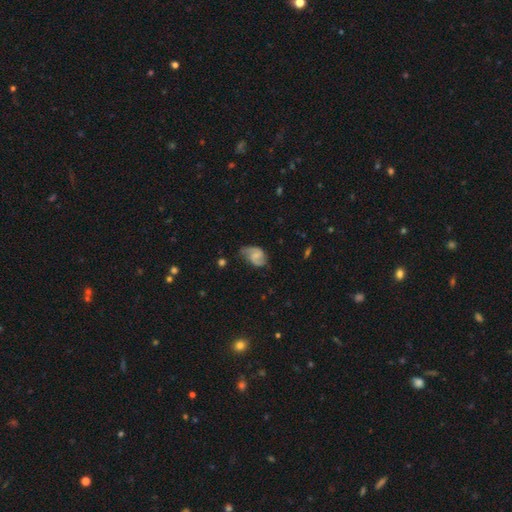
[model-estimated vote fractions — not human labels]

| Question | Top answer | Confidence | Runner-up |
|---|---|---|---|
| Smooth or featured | featured or disk | 65% | smooth (27%) |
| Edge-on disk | no | 97% | yes (3%) |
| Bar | weak | 47% | no (40%) |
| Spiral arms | yes | 91% | no (9%) |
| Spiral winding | medium | 46% | loose (34%) |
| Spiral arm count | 2 | 82% | can't tell (8%) |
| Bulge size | small | 41% | none (33%) |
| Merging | none | 52% | minor disturbance (31%) |